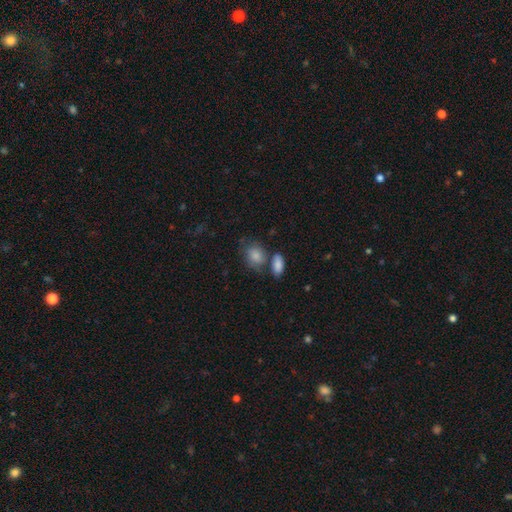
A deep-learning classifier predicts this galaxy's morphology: A smooth galaxy with no disk features (83%) that is in between round and cigar-shaped (60%).

Vote fractions:
- Smooth or featured? smooth: 83% / featured or disk: 10% / star or artifact: 7%
- How rounded? in between: 60% / round: 38% / cigar-shaped: 2%
- Merging? none: 50% / merger: 24% / minor disturbance: 19% / major disturbance: 8%